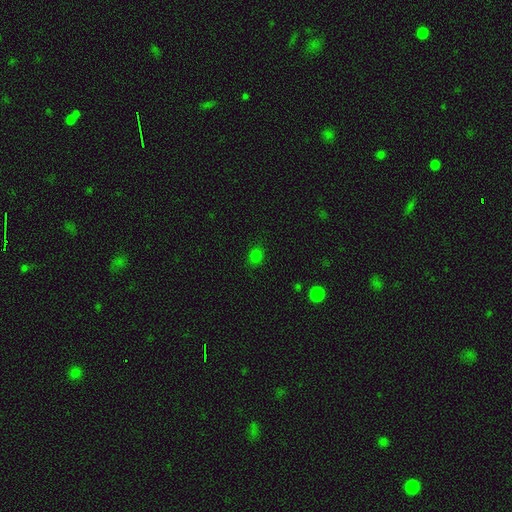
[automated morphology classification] type=smooth (78%); roundness=round (63%); merging=none (86%).